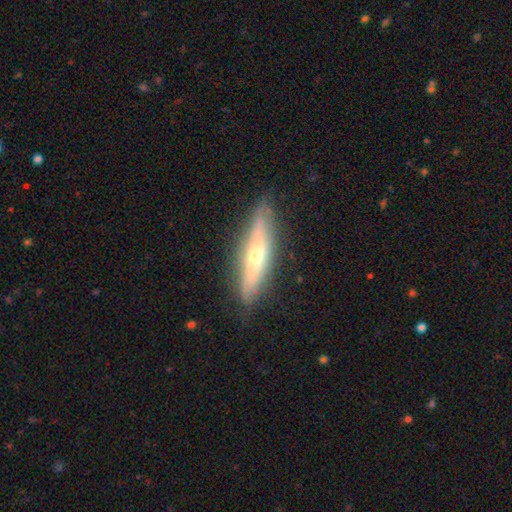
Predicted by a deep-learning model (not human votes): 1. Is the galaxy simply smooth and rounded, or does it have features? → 58% featured or disk, 36% smooth, 6% star or artifact.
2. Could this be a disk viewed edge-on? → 80% yes, 20% no.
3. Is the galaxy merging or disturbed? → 82% none, 14% minor disturbance, 3% major disturbance, 1% merger.